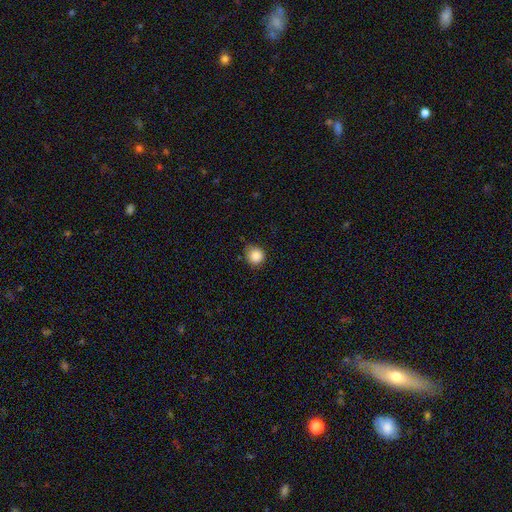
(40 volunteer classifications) A smooth galaxy with no disk features (85%) that is round (97%). Merging: none (71%).